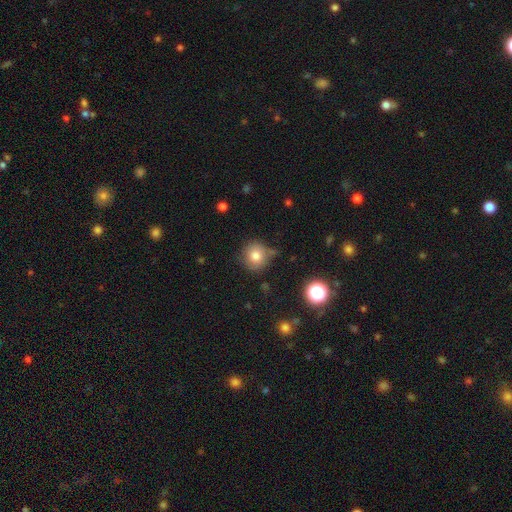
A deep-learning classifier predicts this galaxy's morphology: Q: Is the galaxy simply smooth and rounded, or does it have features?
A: smooth — 79%.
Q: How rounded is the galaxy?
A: round — 90%.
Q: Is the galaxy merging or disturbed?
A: none — 75%.